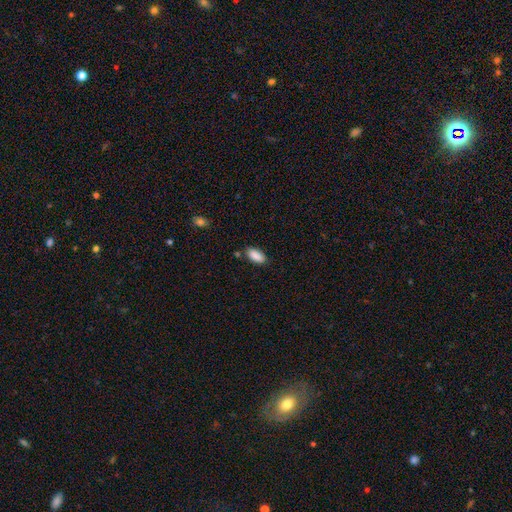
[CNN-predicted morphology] Overall: smooth (89%). How rounded: in between (89%). Merging: none (80%).